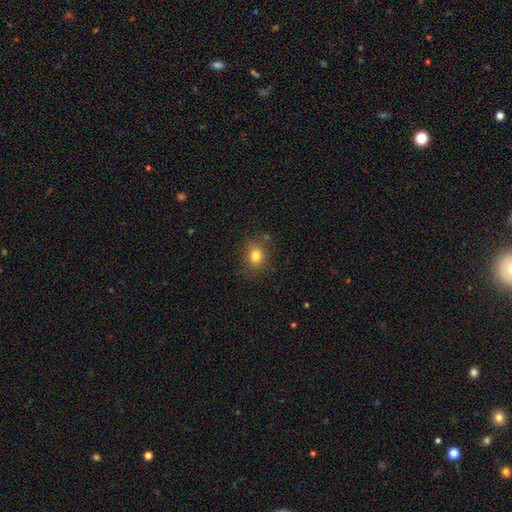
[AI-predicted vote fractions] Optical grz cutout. It shows a smooth galaxy with no disk features (81%) that is round (61%). Merging: none (81%).